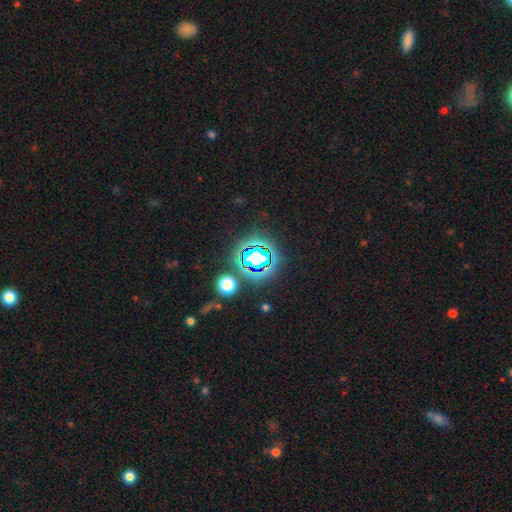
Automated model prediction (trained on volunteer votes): Smooth or featured?
  - star or artifact: 72% *
  - smooth: 18%
  - featured or disk: 11%